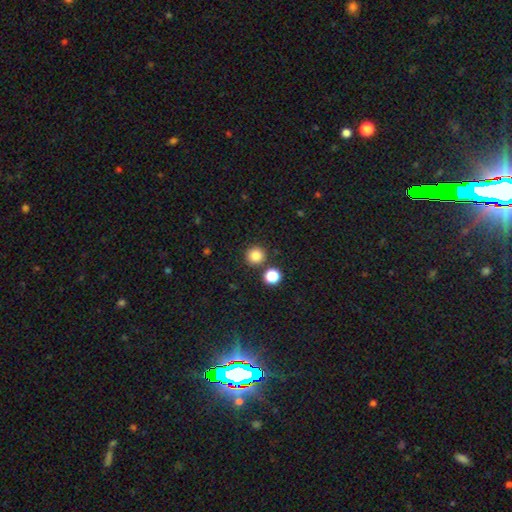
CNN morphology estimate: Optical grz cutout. It shows a smooth galaxy with no disk features (84%) that is round (94%). Merging: none (85%).